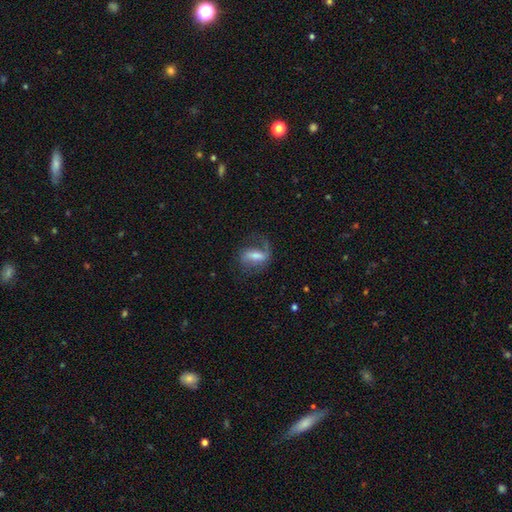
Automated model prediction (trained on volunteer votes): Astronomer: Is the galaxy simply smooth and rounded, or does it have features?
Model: featured or disk — 61%.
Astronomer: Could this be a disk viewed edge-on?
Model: no — 92%.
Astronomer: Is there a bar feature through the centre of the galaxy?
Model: strong — 46% (runner-up: weak, 37%).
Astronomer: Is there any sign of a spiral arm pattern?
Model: yes — 82%.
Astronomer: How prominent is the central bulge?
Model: moderate — 43% (runner-up: small, 30%).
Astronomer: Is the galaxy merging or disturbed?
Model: none — 52%.